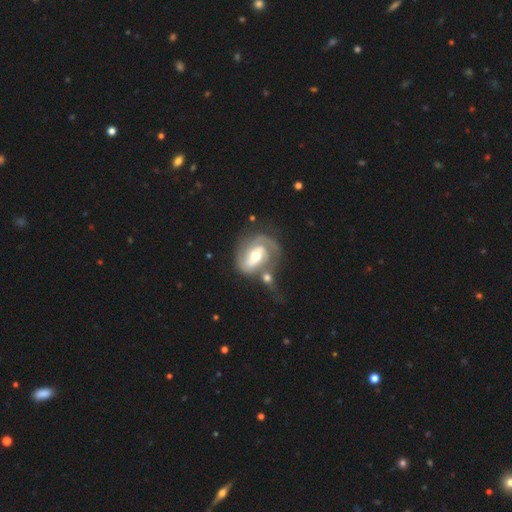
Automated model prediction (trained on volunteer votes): Smooth or featured? Predicted: featured or disk (p=0.84). Edge-on disk? Predicted: no (p=0.97). Bar? Predicted: weak (p=0.40). Spiral arms? Predicted: yes (p=0.92). Spiral winding? Predicted: tight (p=0.52). Spiral arm count? Predicted: 2 (p=0.62). Bulge size? Predicted: moderate (p=0.73). Merging? Predicted: none (p=0.39).